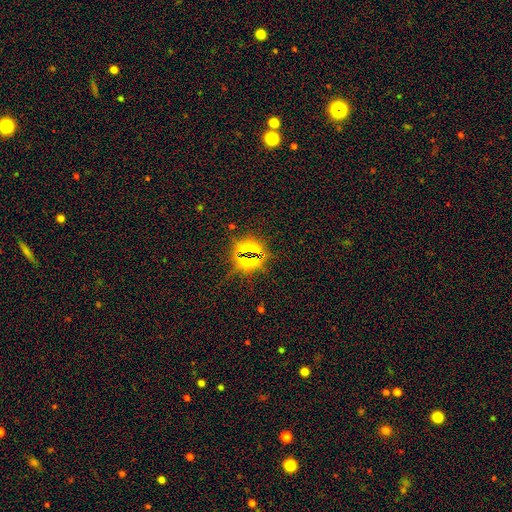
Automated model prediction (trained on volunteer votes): Morphology: type=star or artifact (67%).